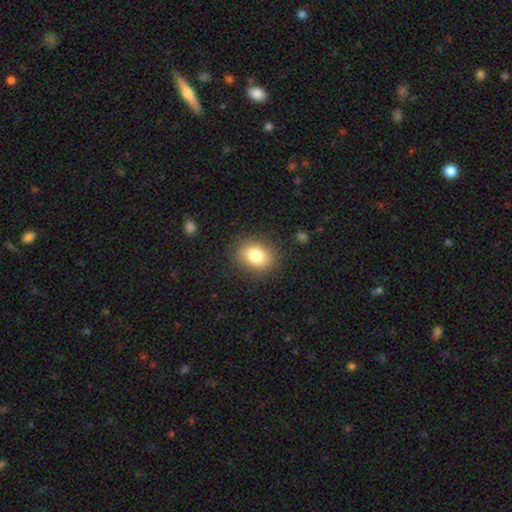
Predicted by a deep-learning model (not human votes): smooth_or_featured: smooth (p=0.82) [alt: star or artifact p=0.09]
how_rounded: in between (p=0.60) [alt: round p=0.39]
merging: none (p=0.87) [alt: minor disturbance p=0.09]